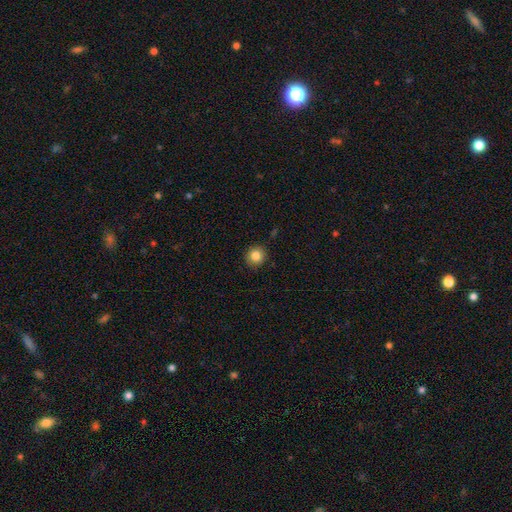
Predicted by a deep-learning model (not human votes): Q: Smooth or featured?
A: smooth (84%); runner-up: star or artifact (10%)
Q: How rounded?
A: round (91%); runner-up: in between (8%)
Q: Merging?
A: none (91%); runner-up: minor disturbance (6%)